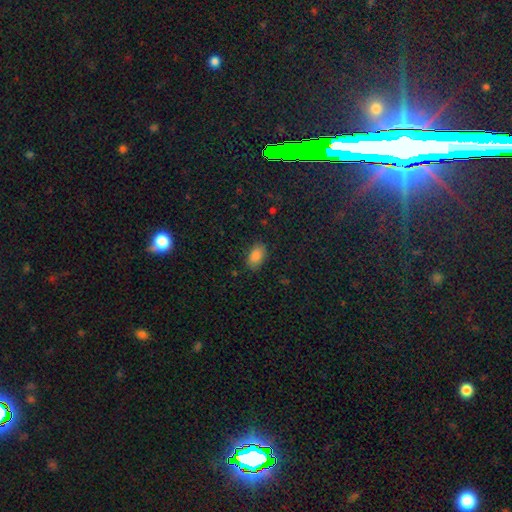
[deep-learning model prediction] The model was most divided on "merging": none: 84%, minor disturbance: 12%, major disturbance: 3%, merger: 1%. More confident: how rounded — in between (92%); smooth or featured — smooth (85%).